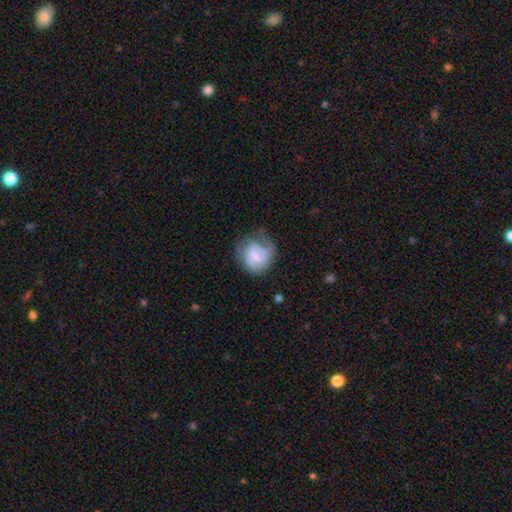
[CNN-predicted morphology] smooth_or_featured: smooth (p=0.50) [alt: featured or disk p=0.43]
merging: none (p=0.44) [alt: minor disturbance p=0.30]